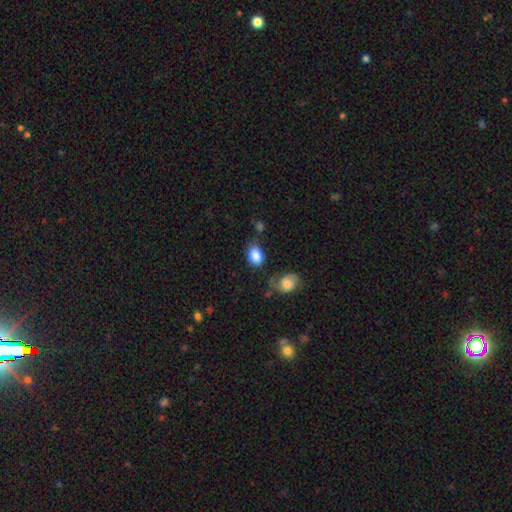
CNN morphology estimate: smooth 86%, star or artifact 7%, featured or disk 7%. Down the decision tree: how rounded — in between (81%); merging — none (63%).